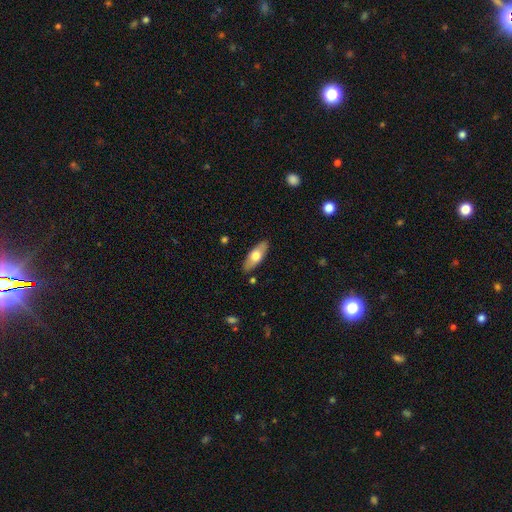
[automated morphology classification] smooth_or_featured: smooth (p=0.63) [alt: featured or disk p=0.31]
how_rounded: in between (p=0.72) [alt: cigar-shaped p=0.26]
merging: none (p=0.87) [alt: minor disturbance p=0.09]